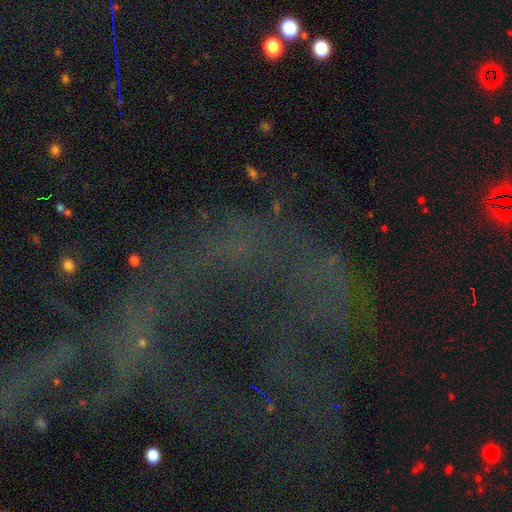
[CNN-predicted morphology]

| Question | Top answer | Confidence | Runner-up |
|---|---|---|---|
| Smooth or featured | star or artifact | 64% | featured or disk (22%) |